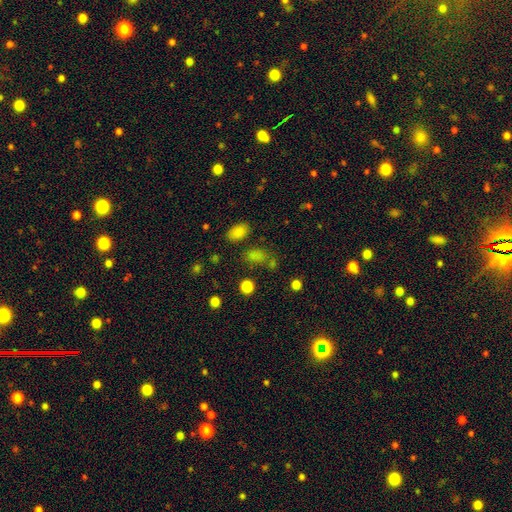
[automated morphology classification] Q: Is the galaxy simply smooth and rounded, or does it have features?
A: smooth — 75%.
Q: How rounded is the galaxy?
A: in between — 72%.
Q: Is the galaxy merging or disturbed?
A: none — 65%.